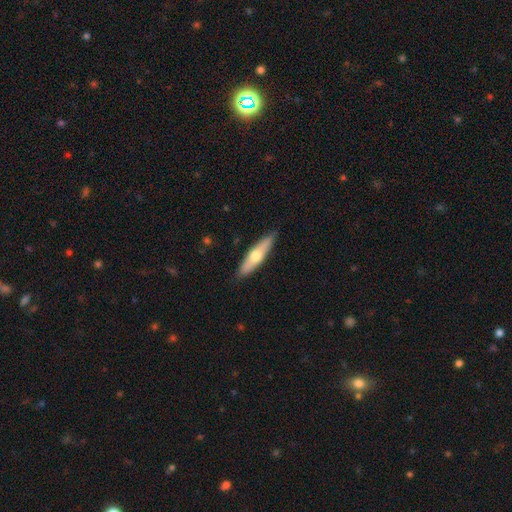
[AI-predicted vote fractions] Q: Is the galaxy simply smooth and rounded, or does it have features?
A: smooth — 52%.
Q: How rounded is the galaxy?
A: cigar-shaped — 71%.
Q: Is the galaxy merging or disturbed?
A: none — 87%.